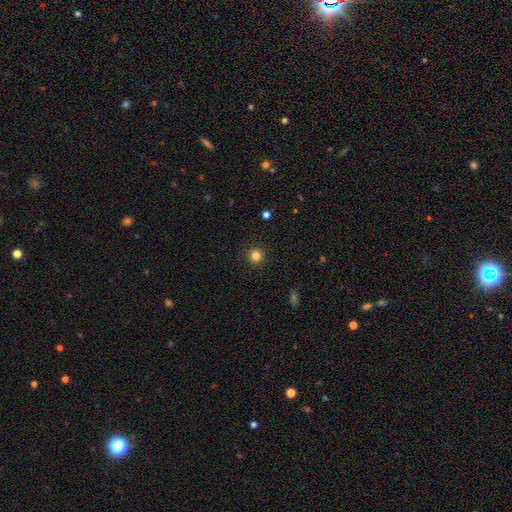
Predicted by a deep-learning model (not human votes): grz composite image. It shows a smooth galaxy with no disk features (83%) that is round (95%). Merging: none (92%).